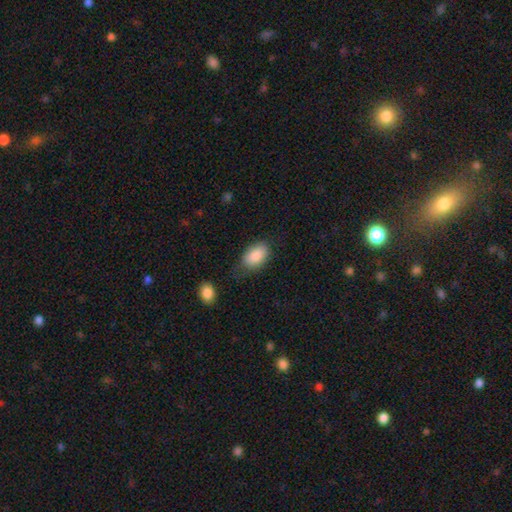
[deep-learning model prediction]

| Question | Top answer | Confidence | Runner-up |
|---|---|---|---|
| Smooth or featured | smooth | 88% | star or artifact (7%) |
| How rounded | in between | 92% | round (6%) |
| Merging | none | 70% | minor disturbance (21%) |